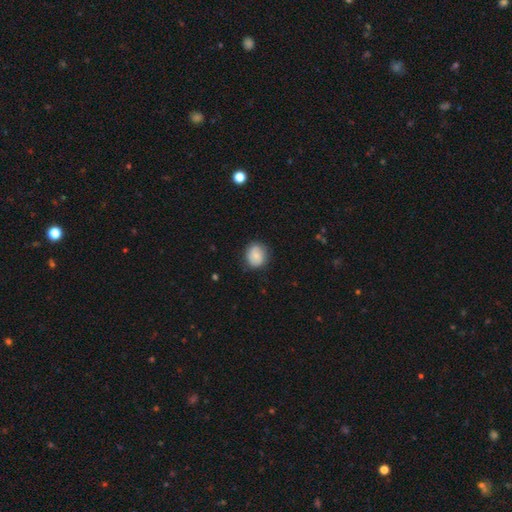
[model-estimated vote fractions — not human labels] A smooth galaxy with no disk features (77%) that is round (76%). Merging: none (81%).